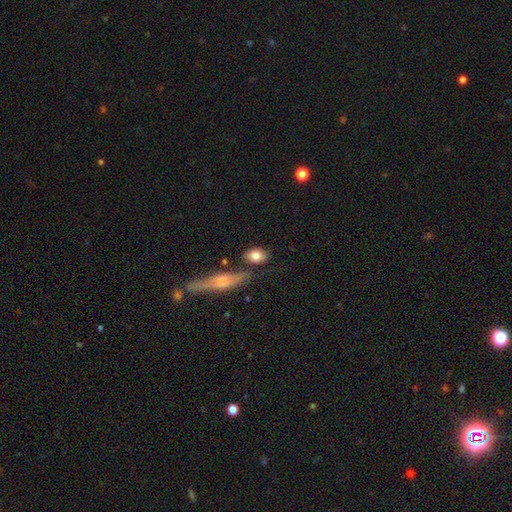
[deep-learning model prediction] A smooth galaxy with no disk features (79%) that is in between round and cigar-shaped (73%).

Vote fractions:
- Smooth or featured? smooth: 79% / featured or disk: 14% / star or artifact: 7%
- How rounded? in between: 73% / round: 22% / cigar-shaped: 4%
- Merging? none: 70% / minor disturbance: 15% / merger: 10% / major disturbance: 5%